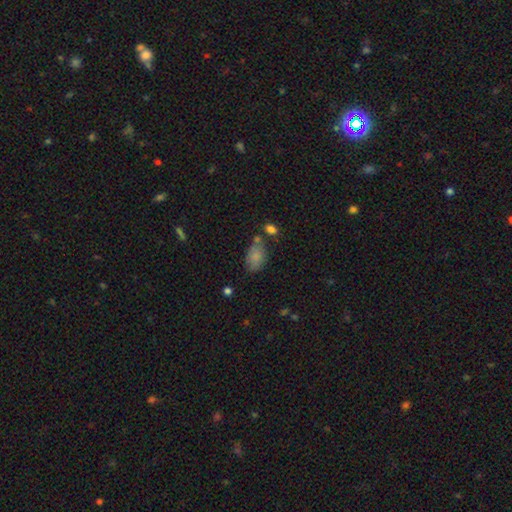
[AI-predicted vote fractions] smooth-or-featured: smooth: 82% | star or artifact: 9% | featured or disk: 8%
  how-rounded: in between: 89% | round: 9% | cigar-shaped: 2%
  merging: none: 63% | minor disturbance: 21% | merger: 11% | major disturbance: 6%